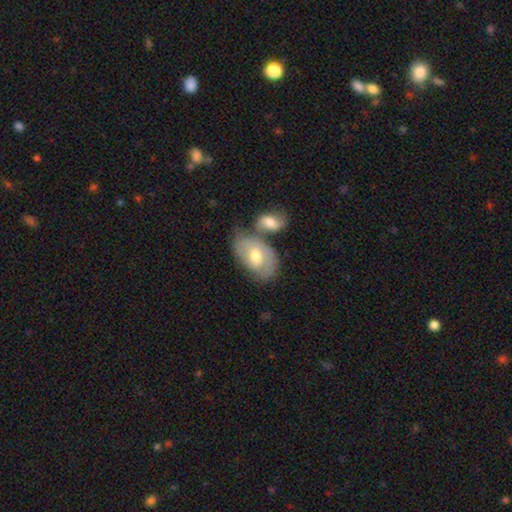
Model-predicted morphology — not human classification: featured or disk 50%, smooth 44%, star or artifact 6%. Down the decision tree: edge-on disk — no (93%); merging — none (42%).